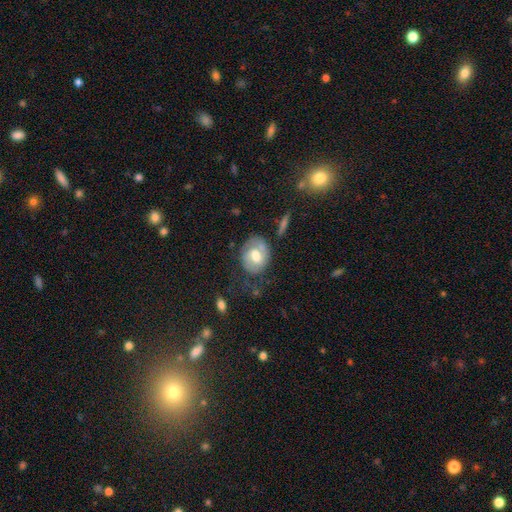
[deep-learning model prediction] This appears to be a featured or disk galaxy (51%). Merging: none (60%).